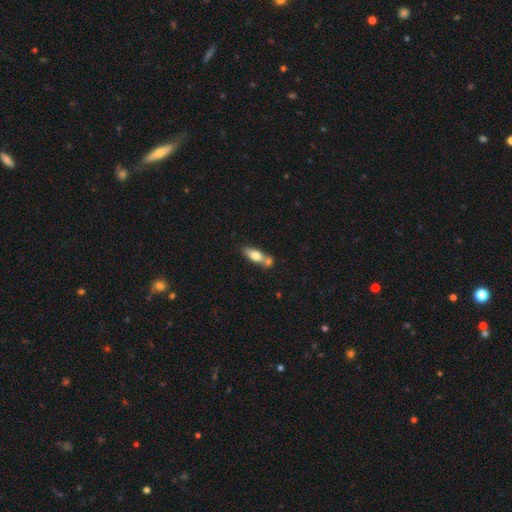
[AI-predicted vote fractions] Smooth or featured? smooth (64%)
How rounded? in between (64%)
Merging? none (44%)